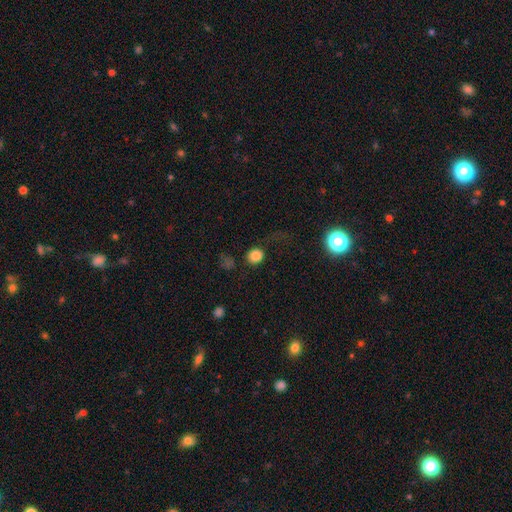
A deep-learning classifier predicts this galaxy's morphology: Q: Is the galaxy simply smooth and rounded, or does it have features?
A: smooth — 81%.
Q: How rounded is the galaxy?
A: round — 83%.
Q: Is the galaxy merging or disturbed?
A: none — 72%.